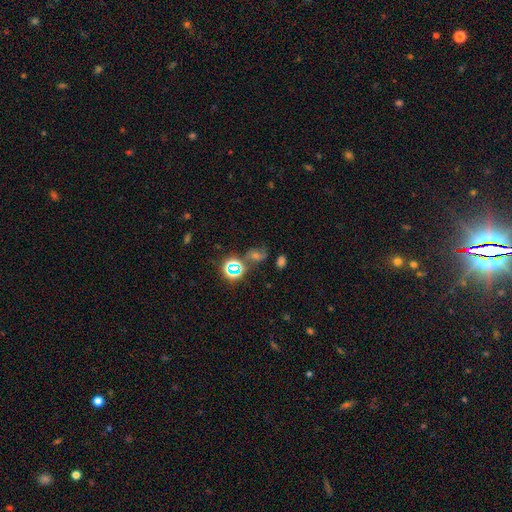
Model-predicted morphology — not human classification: A star or artifact, not a galaxy (50%).